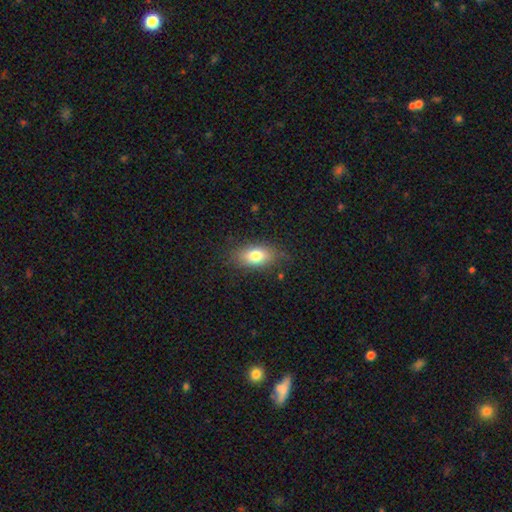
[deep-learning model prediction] This appears to be a smooth galaxy with no disk features (78%) that is in between round and cigar-shaped (87%). Merging: none (80%).